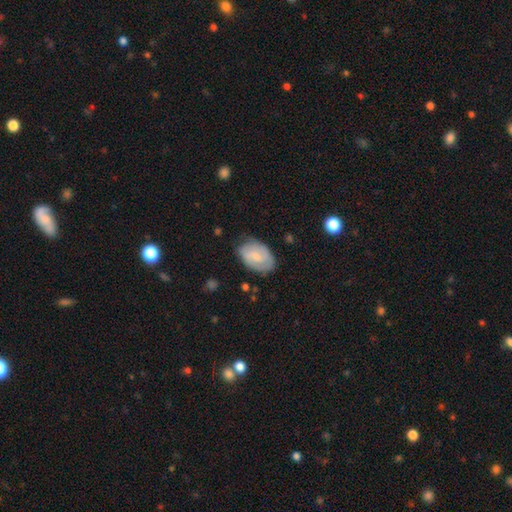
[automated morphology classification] Q: Smooth or featured?
A: smooth (59%); runner-up: featured or disk (34%)
Q: How rounded?
A: in between (89%); runner-up: round (10%)
Q: Merging?
A: none (70%); runner-up: minor disturbance (23%)